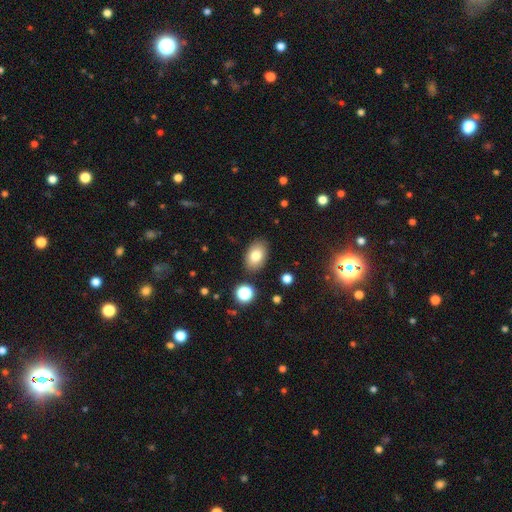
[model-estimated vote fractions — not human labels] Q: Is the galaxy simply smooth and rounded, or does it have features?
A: smooth — 79%.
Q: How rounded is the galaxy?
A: in between — 87%.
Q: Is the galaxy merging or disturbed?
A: none — 86%.